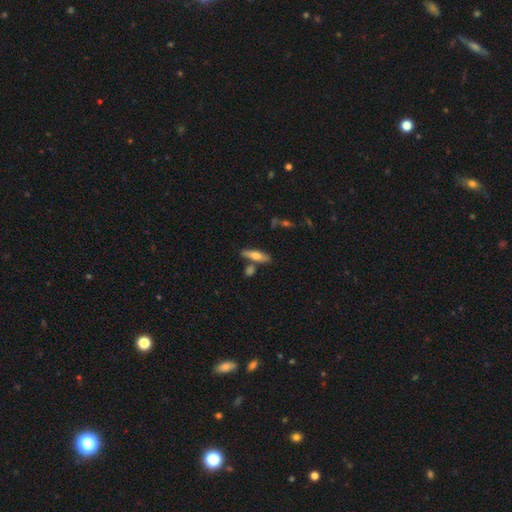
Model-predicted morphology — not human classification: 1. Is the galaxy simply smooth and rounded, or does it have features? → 61% smooth, 33% featured or disk, 7% star or artifact.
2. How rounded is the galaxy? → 59% cigar-shaped, 38% in between, 2% round.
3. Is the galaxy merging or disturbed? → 73% none, 12% minor disturbance, 12% merger, 3% major disturbance.